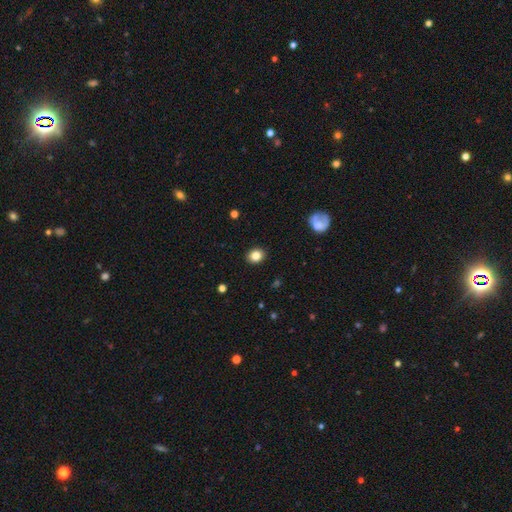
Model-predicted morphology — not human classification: smooth-or-featured: smooth: 84% | star or artifact: 10% | featured or disk: 6%
  how-rounded: round: 61% | in between: 38% | cigar-shaped: 1%
  merging: none: 91% | minor disturbance: 6% | major disturbance: 2% | merger: 1%